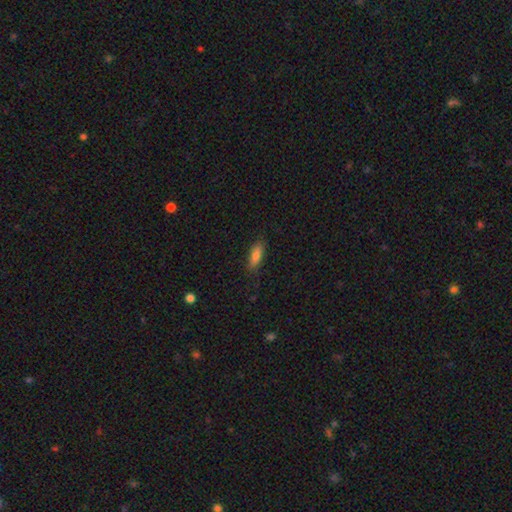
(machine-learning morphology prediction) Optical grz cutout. It shows a smooth galaxy with no disk features (82%) that is in between round and cigar-shaped (59%). Merging: none (82%).